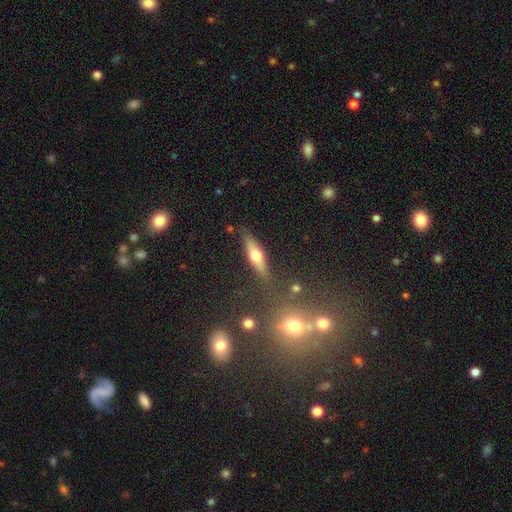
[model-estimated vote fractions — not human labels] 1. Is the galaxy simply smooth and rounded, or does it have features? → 51% smooth, 42% featured or disk, 7% star or artifact.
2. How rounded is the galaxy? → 64% cigar-shaped, 32% in between, 3% round.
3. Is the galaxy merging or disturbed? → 80% none, 13% minor disturbance, 4% merger, 3% major disturbance.